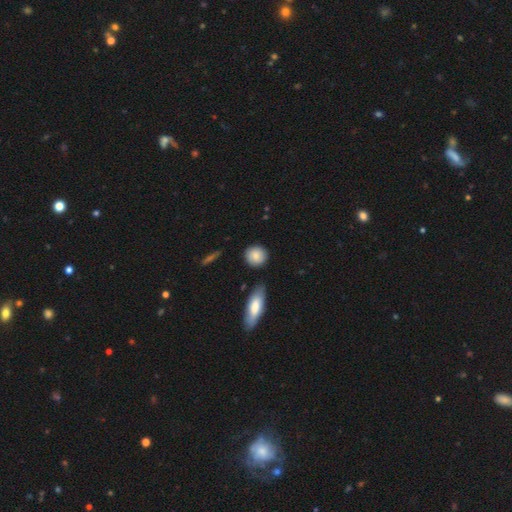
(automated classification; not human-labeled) smooth_or_featured: smooth (p=0.85) [alt: featured or disk p=0.09]
how_rounded: round (p=0.81) [alt: in between p=0.17]
merging: none (p=0.84) [alt: minor disturbance p=0.11]